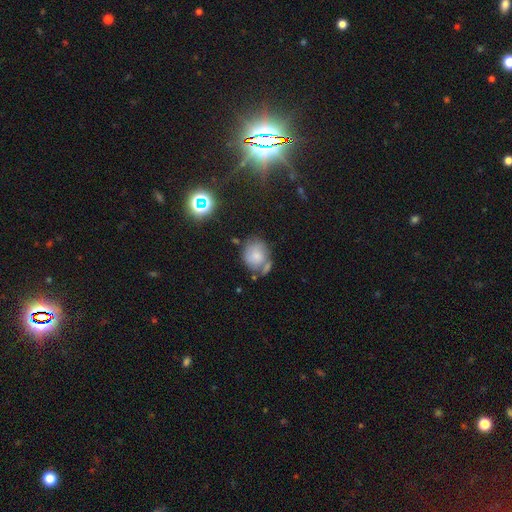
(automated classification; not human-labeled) A smooth galaxy with no disk features (68%) that is round (69%).

Vote fractions:
- Smooth or featured? smooth: 68% / featured or disk: 20% / star or artifact: 12%
- How rounded? round: 69% / in between: 30% / cigar-shaped: 1%
- Merging? none: 46% / merger: 23% / minor disturbance: 22% / major disturbance: 10%